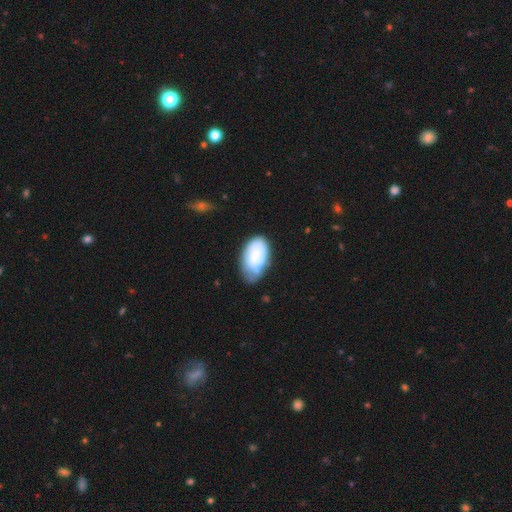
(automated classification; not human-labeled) This is likely a smooth galaxy (61%). How rounded: clearly in between (93%). Merging: possibly none (49%).